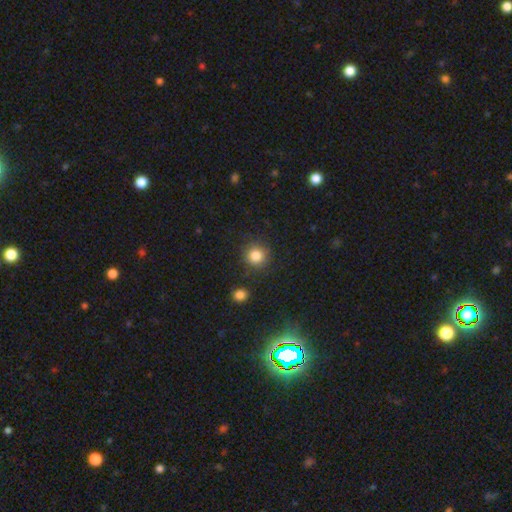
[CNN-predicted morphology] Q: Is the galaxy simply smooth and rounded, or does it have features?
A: smooth — 83%.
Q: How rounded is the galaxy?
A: round — 92%.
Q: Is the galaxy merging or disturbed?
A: none — 87%.